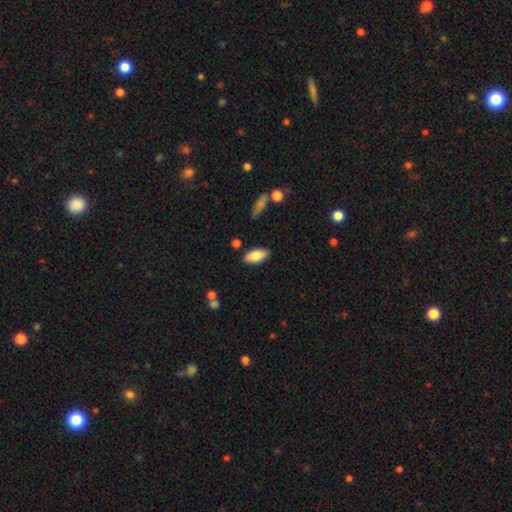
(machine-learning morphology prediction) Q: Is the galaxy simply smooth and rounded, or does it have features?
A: smooth — 82%.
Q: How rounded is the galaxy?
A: in between — 91%.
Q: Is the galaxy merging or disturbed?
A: none — 85%.